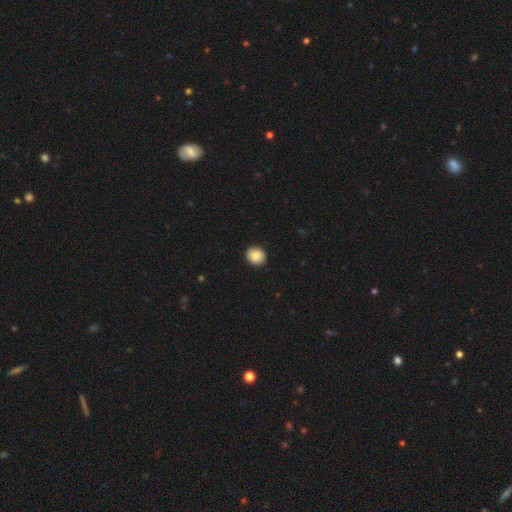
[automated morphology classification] Overall: smooth (85%). How rounded: round (84%). Merging: none (90%).